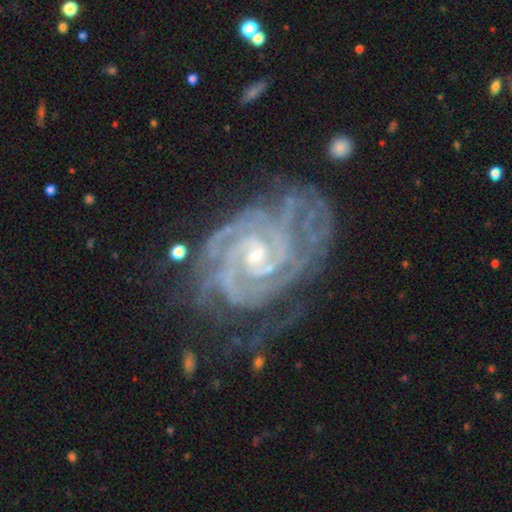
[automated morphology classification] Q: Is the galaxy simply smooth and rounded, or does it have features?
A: featured or disk — 92%.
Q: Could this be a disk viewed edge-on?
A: no — 97%.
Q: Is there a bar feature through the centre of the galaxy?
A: no — 50%.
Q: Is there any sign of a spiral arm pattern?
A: yes — 99%.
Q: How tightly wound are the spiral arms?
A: tight — 79%.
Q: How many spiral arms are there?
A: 2 — 30%.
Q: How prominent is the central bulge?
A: small — 68%.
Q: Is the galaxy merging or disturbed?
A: none — 64%.